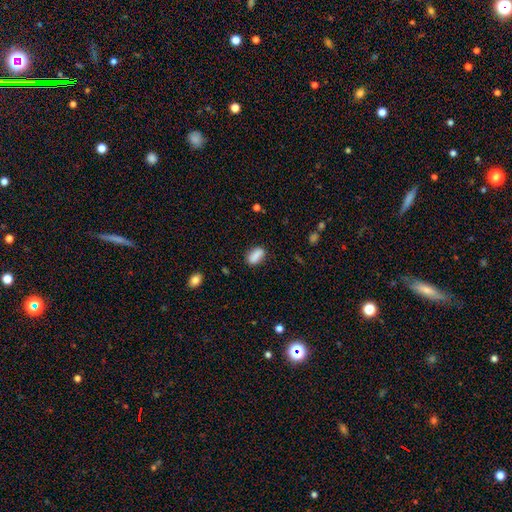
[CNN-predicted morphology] A smooth galaxy with no disk features (84%) that is in between round and cigar-shaped (83%).

Vote fractions:
- Smooth or featured? smooth: 84% / star or artifact: 8% / featured or disk: 8%
- How rounded? in between: 83% / cigar-shaped: 11% / round: 6%
- Merging? none: 77% / minor disturbance: 15% / merger: 4% / major disturbance: 4%